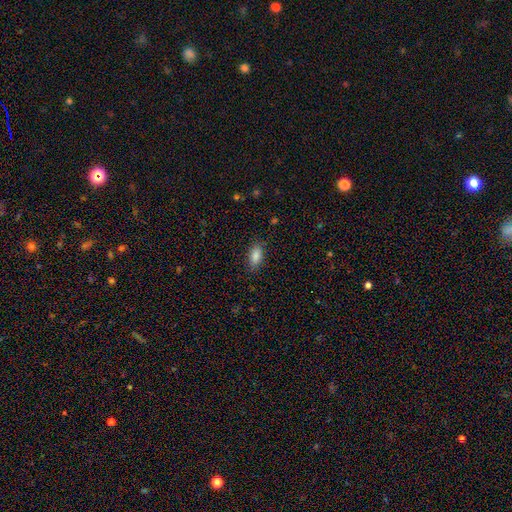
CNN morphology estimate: Smooth or featured? Predicted: smooth (p=0.86). How rounded? Predicted: in between (p=0.89). Merging? Predicted: none (p=0.86).